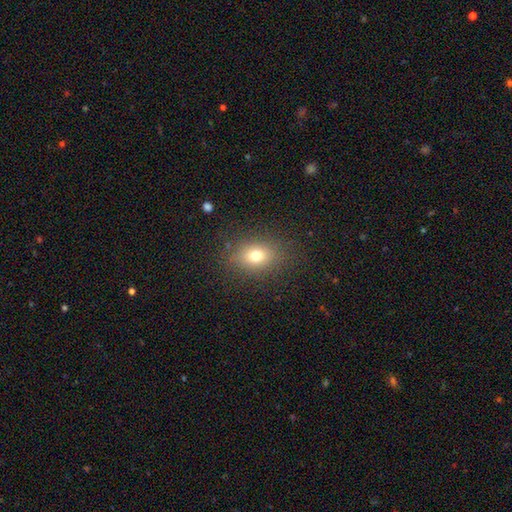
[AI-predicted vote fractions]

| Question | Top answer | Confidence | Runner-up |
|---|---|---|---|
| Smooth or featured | smooth | 74% | star or artifact (14%) |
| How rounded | in between | 63% | round (35%) |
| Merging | none | 84% | minor disturbance (10%) |